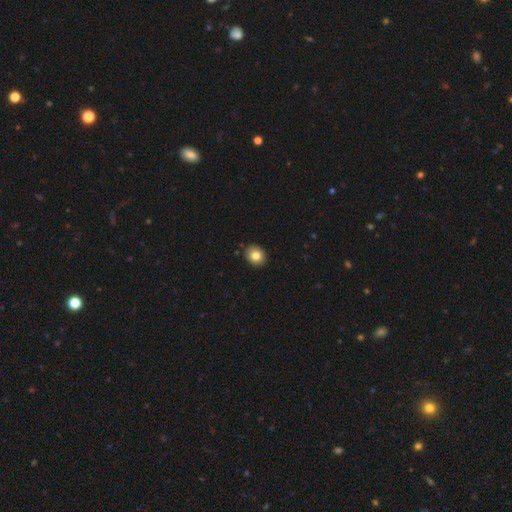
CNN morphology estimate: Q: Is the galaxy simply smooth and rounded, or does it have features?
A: smooth — 81%.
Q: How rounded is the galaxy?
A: round — 63%.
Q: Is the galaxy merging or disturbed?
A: none — 89%.